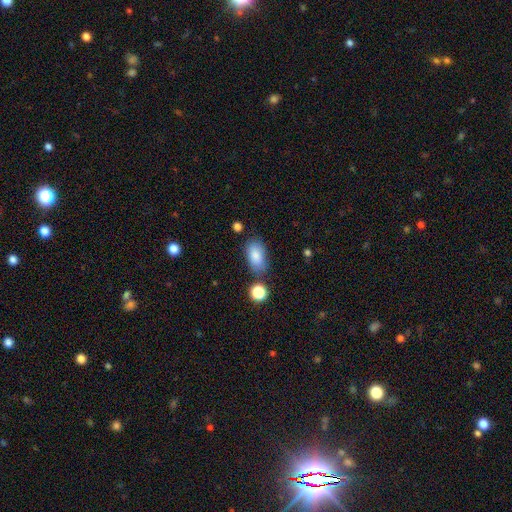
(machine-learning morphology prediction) smooth-or-featured: smooth: 85% | star or artifact: 8% | featured or disk: 7%
  how-rounded: in between: 92% | round: 5% | cigar-shaped: 3%
  merging: none: 72% | minor disturbance: 16% | merger: 7% | major disturbance: 4%